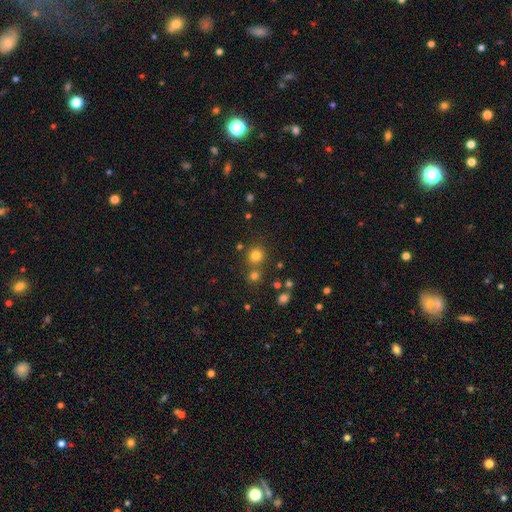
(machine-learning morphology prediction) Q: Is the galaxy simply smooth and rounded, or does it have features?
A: smooth — 77%.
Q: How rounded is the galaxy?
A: round — 91%.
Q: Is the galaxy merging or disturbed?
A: none — 74%.